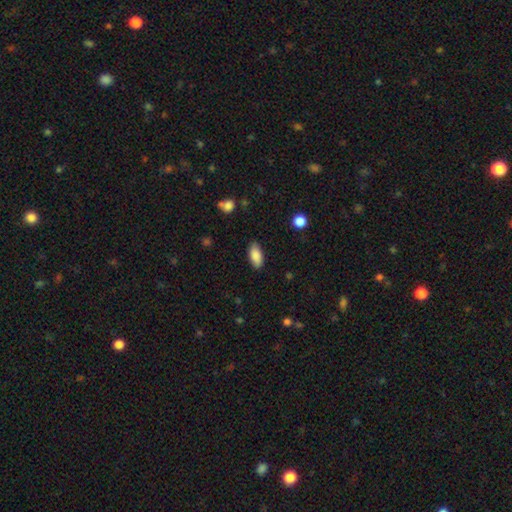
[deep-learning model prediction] smooth-or-featured: smooth: 88% | star or artifact: 7% | featured or disk: 6%
  how-rounded: in between: 91% | cigar-shaped: 6% | round: 3%
  merging: none: 84% | minor disturbance: 12% | major disturbance: 3% | merger: 1%